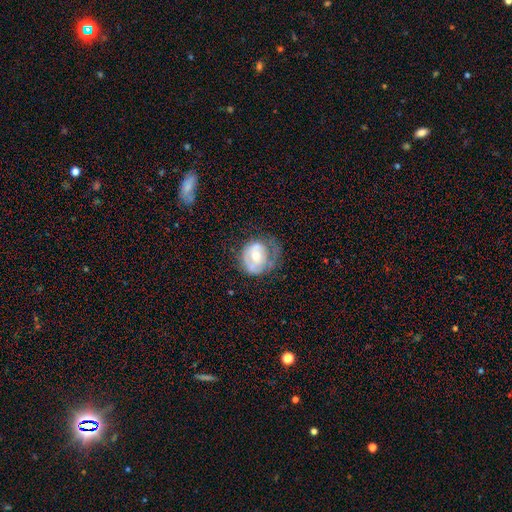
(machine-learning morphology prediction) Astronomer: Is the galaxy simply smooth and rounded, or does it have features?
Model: featured or disk — 55% (runner-up: smooth, 38%).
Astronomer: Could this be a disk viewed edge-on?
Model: no — 97%.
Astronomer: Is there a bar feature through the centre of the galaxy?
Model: no — 68%.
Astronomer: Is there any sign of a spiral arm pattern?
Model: no — 52% (runner-up: yes, 48%).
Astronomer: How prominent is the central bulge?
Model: moderate — 65%.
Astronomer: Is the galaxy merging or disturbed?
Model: none — 38% (runner-up: minor disturbance, 30%).